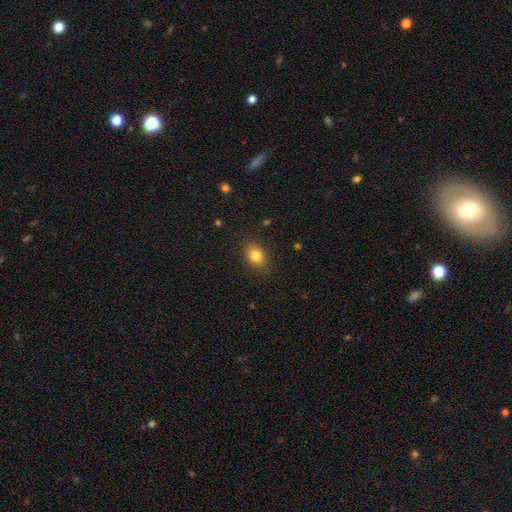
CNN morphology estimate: smooth_or_featured: smooth (p=0.82) [alt: star or artifact p=0.10]
how_rounded: in between (p=0.65) [alt: round p=0.33]
merging: none (p=0.86) [alt: minor disturbance p=0.11]